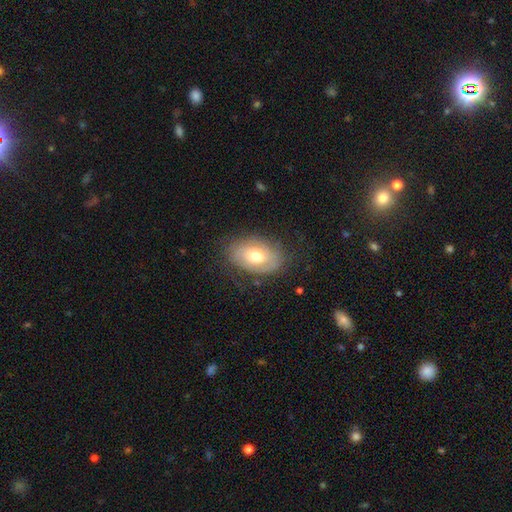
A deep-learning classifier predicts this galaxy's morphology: The model was most divided on "smooth or featured": smooth: 47%, featured or disk: 46%, star or artifact: 7%. More confident: merging — none (72%).